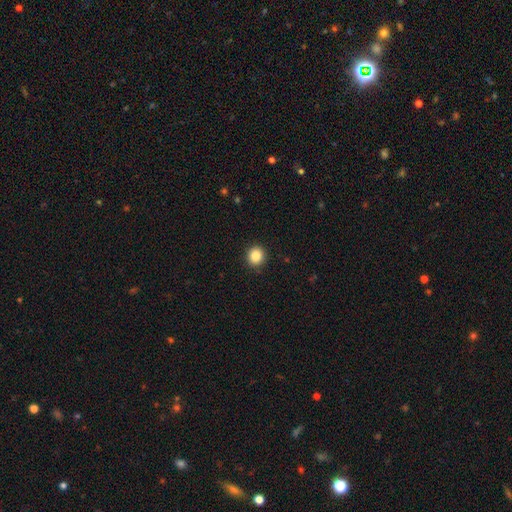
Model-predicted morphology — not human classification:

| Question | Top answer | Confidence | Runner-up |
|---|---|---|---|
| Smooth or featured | smooth | 85% | star or artifact (10%) |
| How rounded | round | 91% | in between (8%) |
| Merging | none | 92% | minor disturbance (5%) |